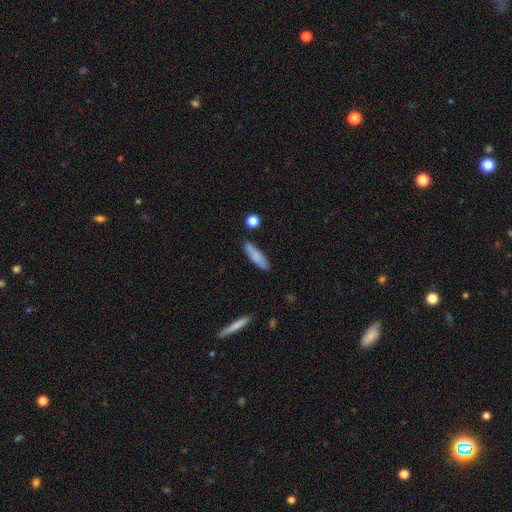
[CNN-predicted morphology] This is likely a smooth galaxy (78%). How rounded: likely cigar-shaped (66%). Merging: likely none (75%).